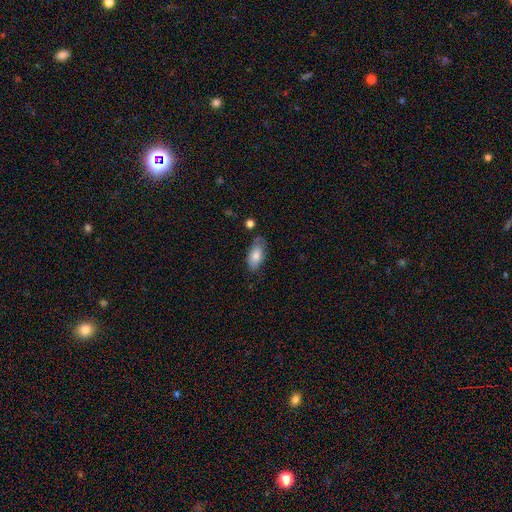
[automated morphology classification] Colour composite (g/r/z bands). It shows a smooth galaxy with no disk features (80%) that is in between round and cigar-shaped (90%). Merging: none (63%).